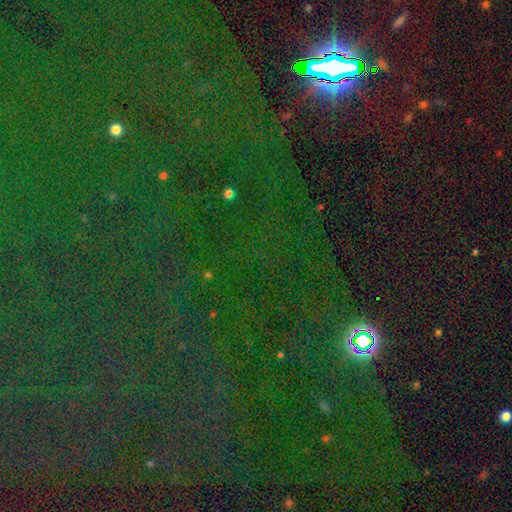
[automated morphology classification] Q: Smooth or featured?
A: star or artifact (83%); runner-up: smooth (9%)